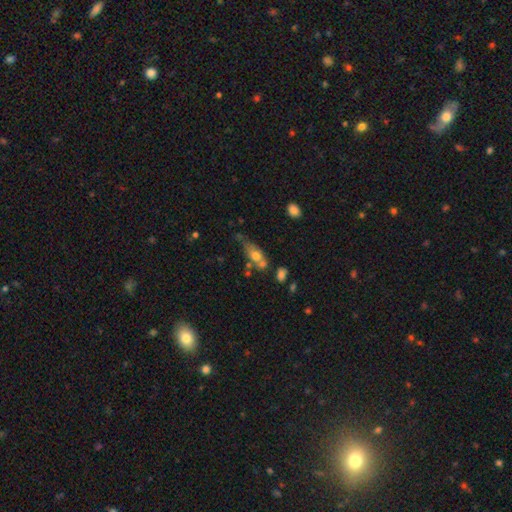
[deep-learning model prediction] This is likely a smooth galaxy (64%). How rounded: likely in between (77%). Merging: marginally none (34%).